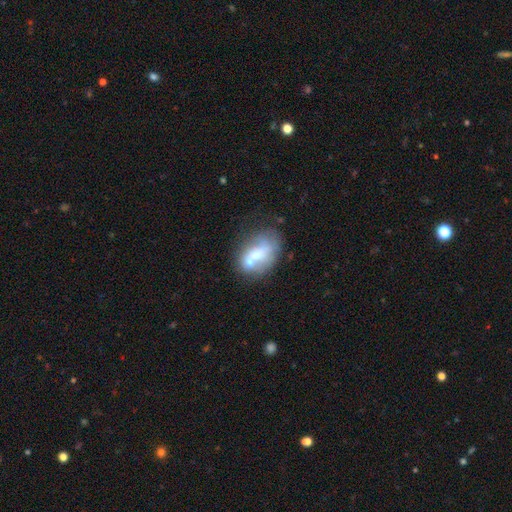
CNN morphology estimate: smooth 47%, featured or disk 44%, star or artifact 9%. Down the decision tree: merging — none (33%).